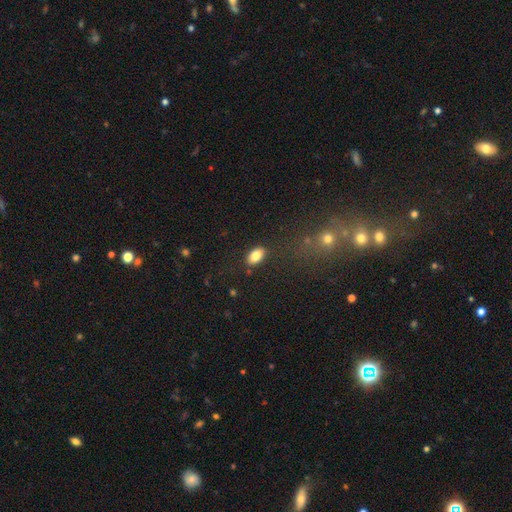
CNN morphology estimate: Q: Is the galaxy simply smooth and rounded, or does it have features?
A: smooth — 82%.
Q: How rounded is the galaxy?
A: in between — 92%.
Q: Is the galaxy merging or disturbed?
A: none — 85%.